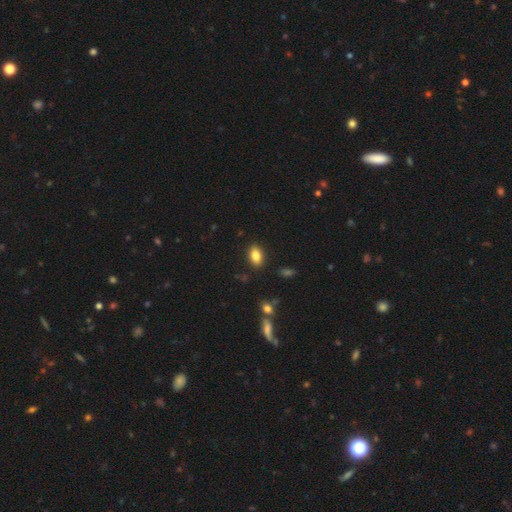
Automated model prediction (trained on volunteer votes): Q: Smooth or featured?
A: smooth (84%); runner-up: star or artifact (9%)
Q: How rounded?
A: in between (88%); runner-up: round (9%)
Q: Merging?
A: none (87%); runner-up: minor disturbance (9%)